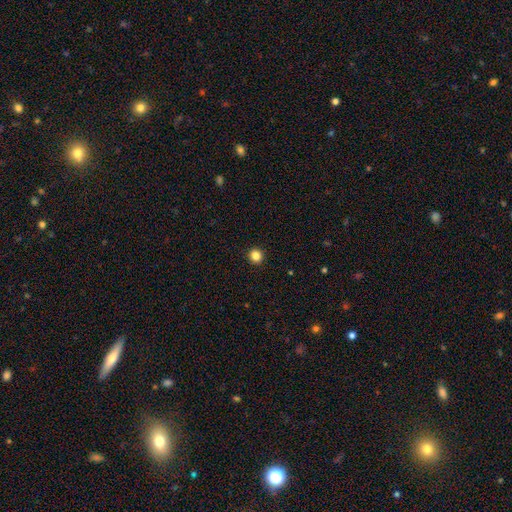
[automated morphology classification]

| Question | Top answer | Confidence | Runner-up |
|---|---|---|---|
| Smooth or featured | smooth | 85% | star or artifact (12%) |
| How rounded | round | 92% | in between (7%) |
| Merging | none | 93% | minor disturbance (4%) |